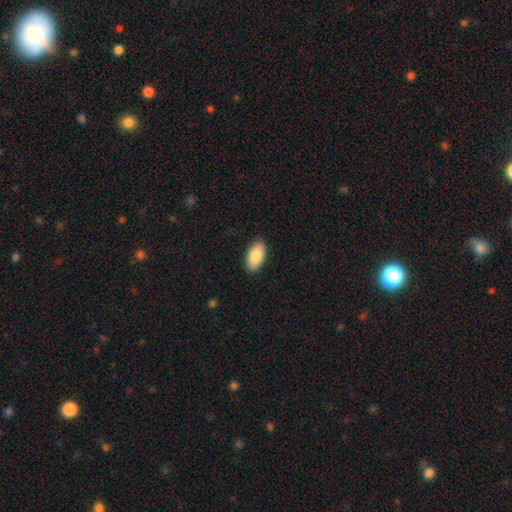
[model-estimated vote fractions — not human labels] Q: Smooth or featured?
A: smooth (86%); runner-up: featured or disk (7%)
Q: How rounded?
A: in between (95%); runner-up: cigar-shaped (3%)
Q: Merging?
A: none (89%); runner-up: minor disturbance (8%)